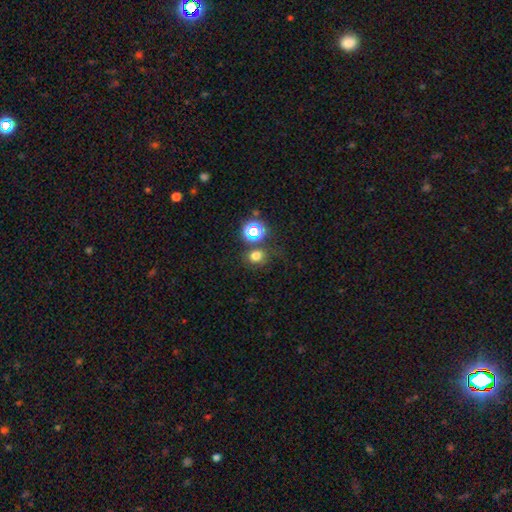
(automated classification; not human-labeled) Morphology: type=smooth (68%); roundness=round (68%); merging=none (69%).